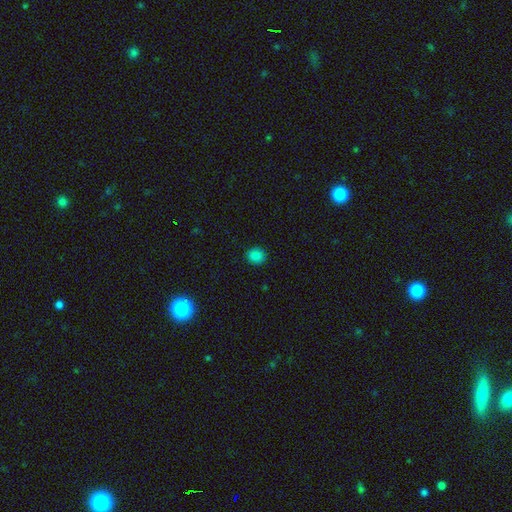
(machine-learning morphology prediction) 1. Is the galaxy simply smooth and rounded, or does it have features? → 84% smooth, 13% star or artifact, 3% featured or disk.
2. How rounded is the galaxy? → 78% round, 21% in between, 1% cigar-shaped.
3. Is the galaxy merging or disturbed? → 91% none, 7% minor disturbance, 2% major disturbance, 1% merger.